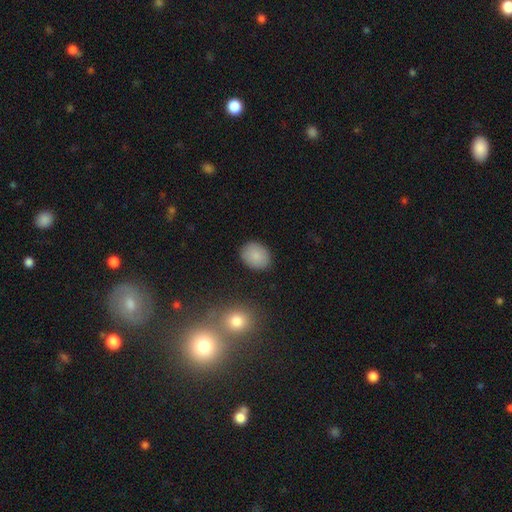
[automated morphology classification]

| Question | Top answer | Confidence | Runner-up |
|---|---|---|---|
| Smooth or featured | smooth | 87% | star or artifact (8%) |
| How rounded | in between | 55% | round (44%) |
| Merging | none | 86% | minor disturbance (10%) |